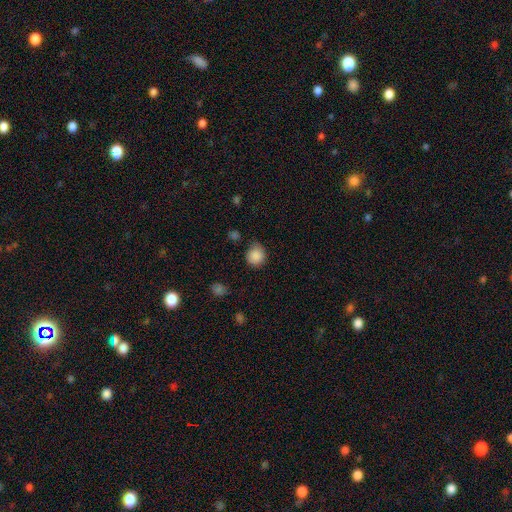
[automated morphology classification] This is clearly a smooth galaxy (87%). How rounded: clearly round (82%). Merging: likely none (69%).